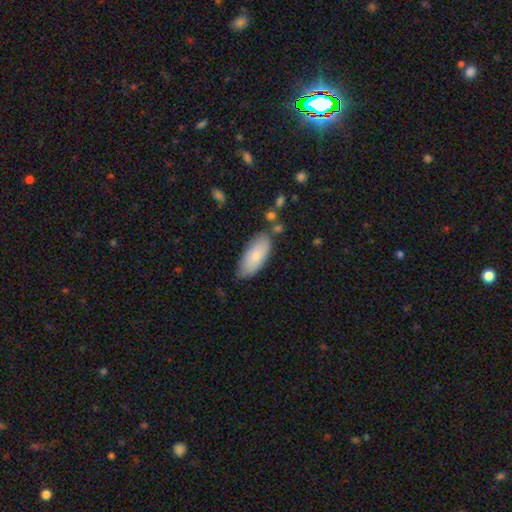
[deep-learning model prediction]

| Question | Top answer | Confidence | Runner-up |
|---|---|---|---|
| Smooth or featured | smooth | 78% | featured or disk (16%) |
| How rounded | in between | 85% | cigar-shaped (13%) |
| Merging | none | 74% | minor disturbance (19%) |